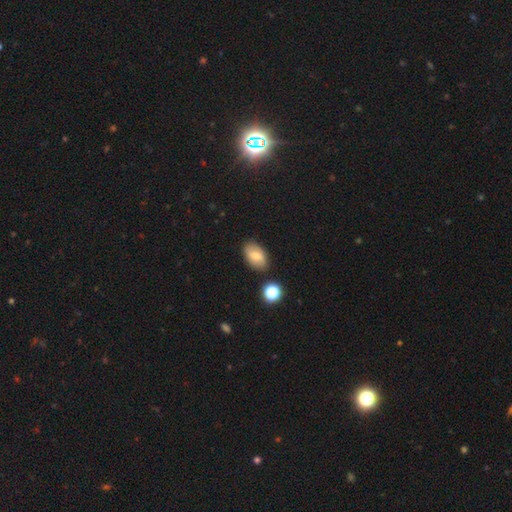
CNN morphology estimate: Smooth or featured? Predicted: smooth (p=0.71). How rounded? Predicted: in between (p=0.90). Merging? Predicted: none (p=0.83).